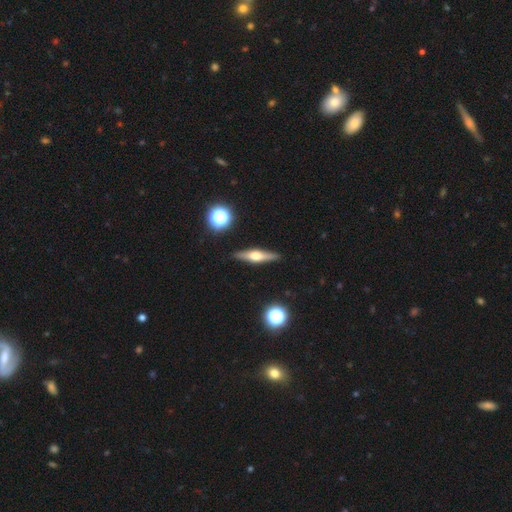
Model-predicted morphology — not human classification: Smooth or featured? Predicted: featured or disk (p=0.63). Edge-on disk? Predicted: yes (p=0.96). Edge-on bulge? Predicted: rounded (p=0.92). Merging? Predicted: none (p=0.90).